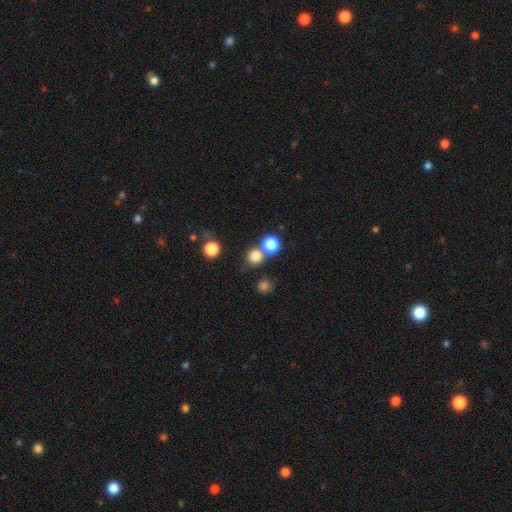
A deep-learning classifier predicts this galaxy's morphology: A smooth galaxy with no disk features (79%) that is round (89%). Merging: none (63%).